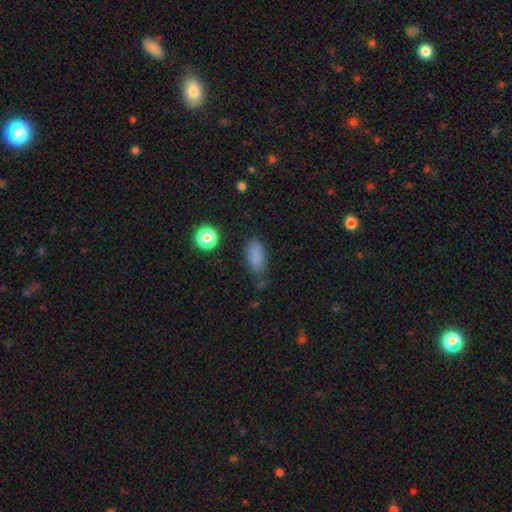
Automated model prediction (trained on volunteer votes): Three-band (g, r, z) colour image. It shows a smooth galaxy with no disk features (83%) that is in between round and cigar-shaped (89%). Merging: none (69%).